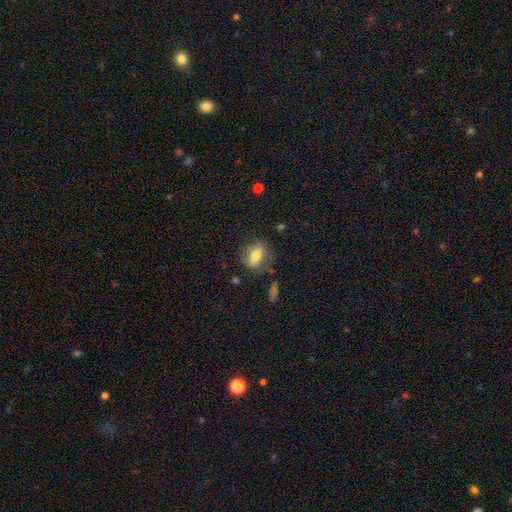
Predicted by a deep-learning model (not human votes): This appears to be a smooth galaxy with no disk features (64%) that is in between round and cigar-shaped (66%). Merging: none (69%).